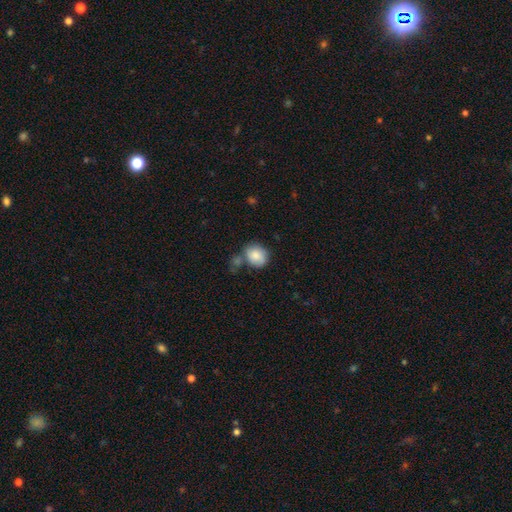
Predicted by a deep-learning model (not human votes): Morphology: type=smooth (84%); roundness=round (65%); merging=none (57%).